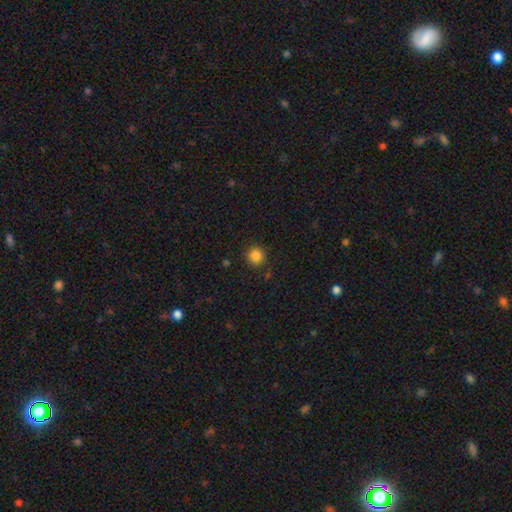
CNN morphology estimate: Smooth or featured?
  - smooth: 85% *
  - star or artifact: 12%
  - featured or disk: 4%
How rounded?
  - round: 94% *
  - in between: 5%
  - cigar-shaped: 1%
Merging?
  - none: 90% *
  - minor disturbance: 6%
  - major disturbance: 2%
  - merger: 2%